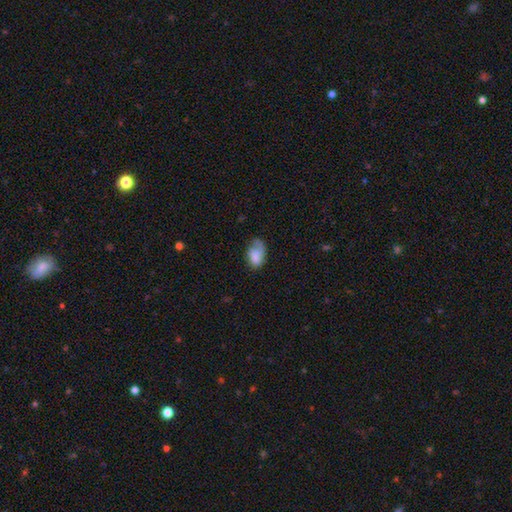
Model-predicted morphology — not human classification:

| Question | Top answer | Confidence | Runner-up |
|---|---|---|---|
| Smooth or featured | smooth | 71% | featured or disk (22%) |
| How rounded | in between | 90% | round (9%) |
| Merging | none | 42% | minor disturbance (33%) |